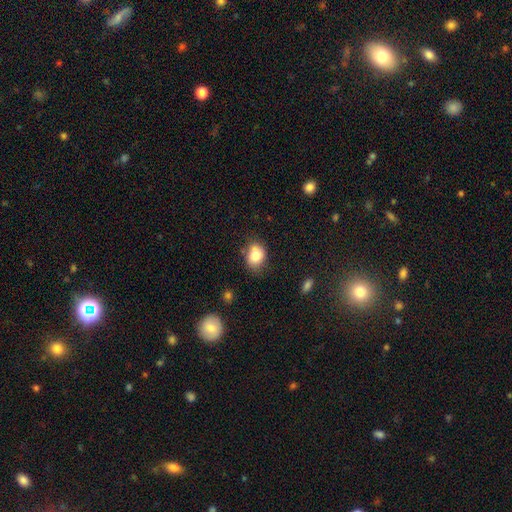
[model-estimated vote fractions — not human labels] Smooth or featured?
  - smooth: 81% *
  - featured or disk: 10%
  - star or artifact: 9%
How rounded?
  - in between: 56% *
  - round: 43%
  - cigar-shaped: 1%
Merging?
  - none: 63% *
  - minor disturbance: 24%
  - merger: 8%
  - major disturbance: 5%